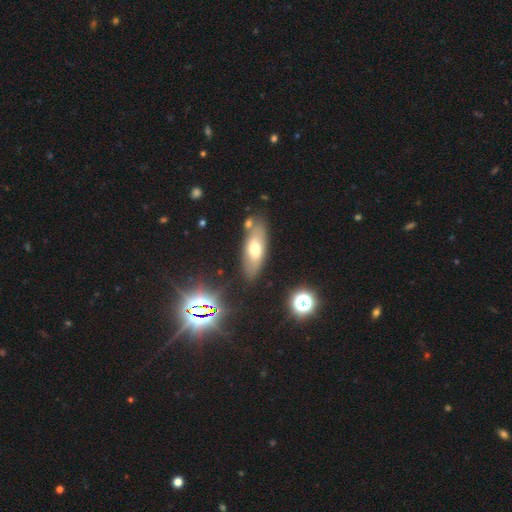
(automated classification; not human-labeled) This is possibly a smooth galaxy (52%). How rounded: likely in between (67%). Merging: likely none (80%).